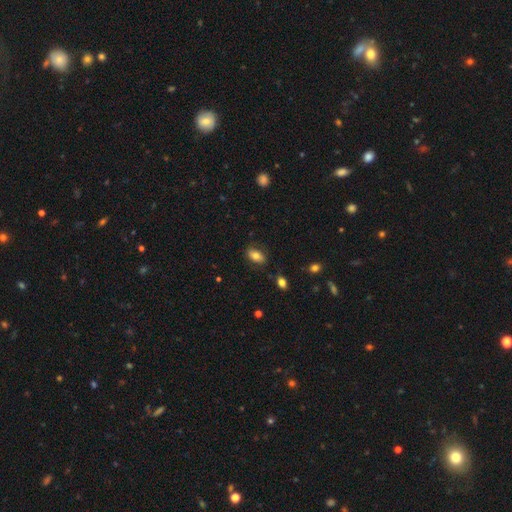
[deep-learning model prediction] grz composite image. It shows a smooth galaxy with no disk features (77%) that is in between round and cigar-shaped (88%). Merging: none (80%).